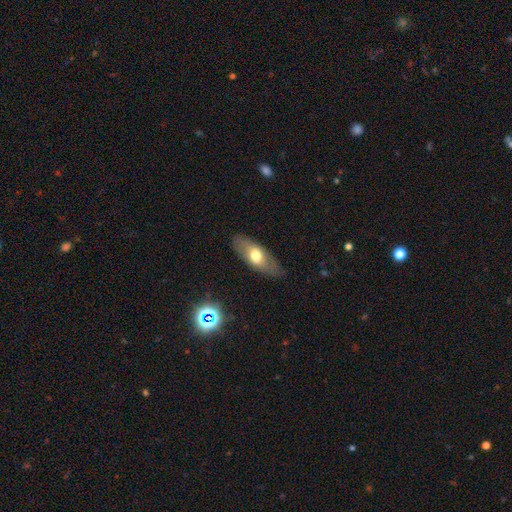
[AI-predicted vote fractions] Smooth or featured: smooth — 58% (featured or disk — 35%)
How rounded: in between — 76% (cigar-shaped — 20%)
Merging: none — 83% (minor disturbance — 13%)